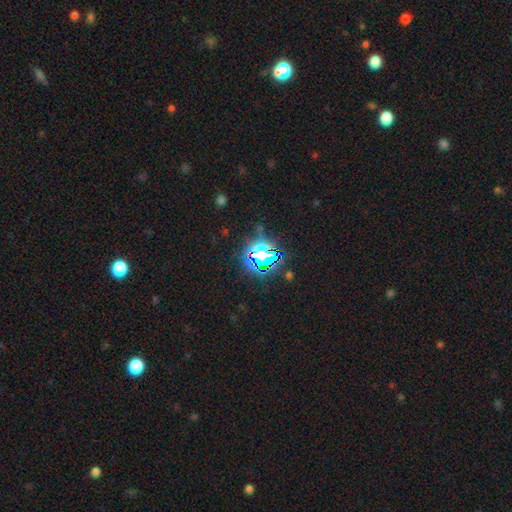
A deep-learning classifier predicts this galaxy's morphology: The model was most divided on "smooth or featured": star or artifact: 76%, smooth: 16%, featured or disk: 8%.